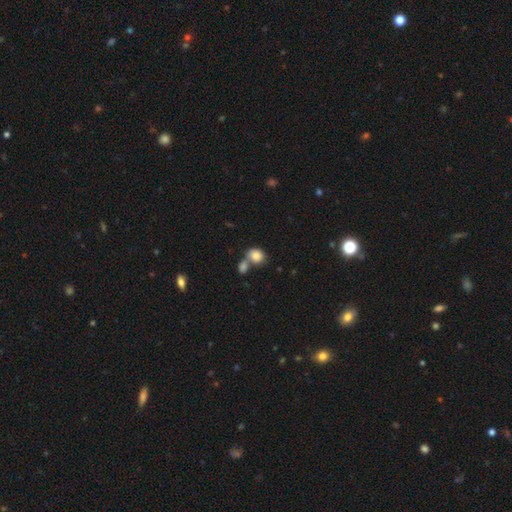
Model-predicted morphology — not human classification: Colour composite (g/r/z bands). It shows a smooth galaxy with no disk features (83%) that is round (54%). Merging: merger (44%).